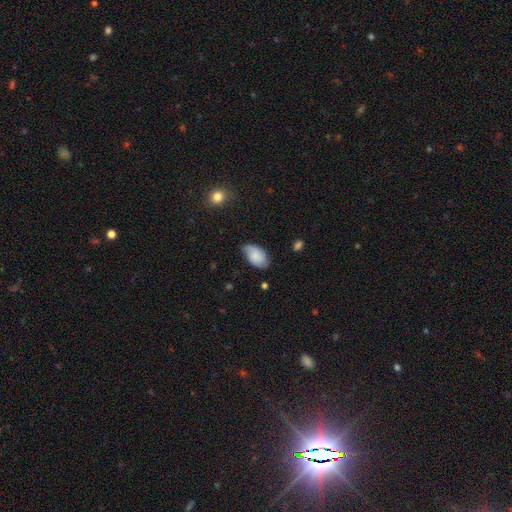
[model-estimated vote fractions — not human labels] smooth_or_featured: smooth (p=0.64) [alt: featured or disk p=0.28]
how_rounded: in between (p=0.94) [alt: round p=0.05]
merging: none (p=0.65) [alt: minor disturbance p=0.28]